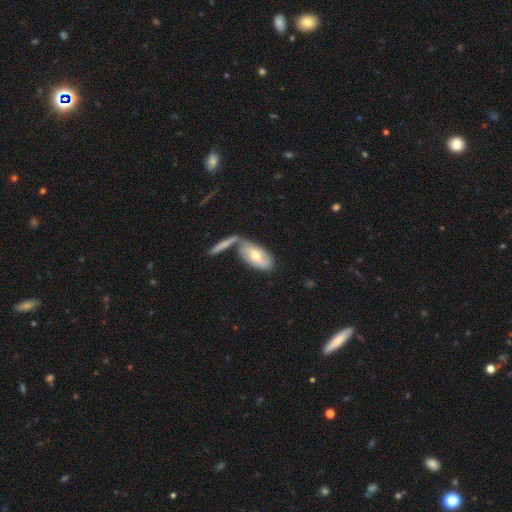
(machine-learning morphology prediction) This is possibly a smooth galaxy (56%). How rounded: clearly in between (86%). Merging: marginally none (45%).